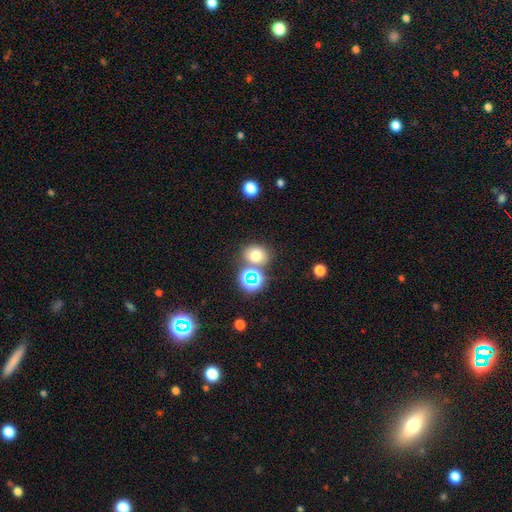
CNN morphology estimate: This appears to be a smooth galaxy with no disk features (69%) that is round (58%). Merging: none (67%).